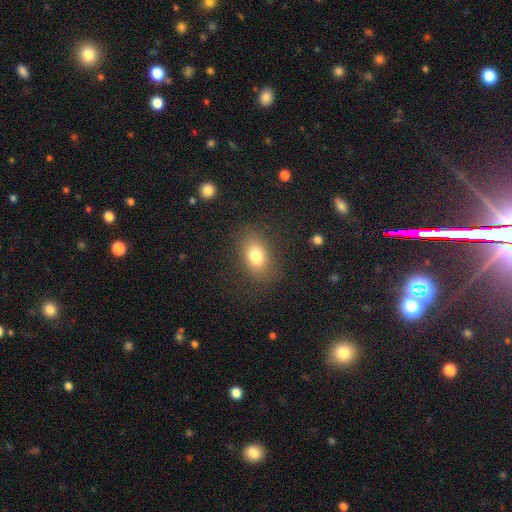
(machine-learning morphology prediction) Smooth or featured?
  - smooth: 78% *
  - featured or disk: 11%
  - star or artifact: 11%
How rounded?
  - in between: 78% *
  - round: 20%
  - cigar-shaped: 2%
Merging?
  - none: 82% *
  - minor disturbance: 12%
  - major disturbance: 5%
  - merger: 1%